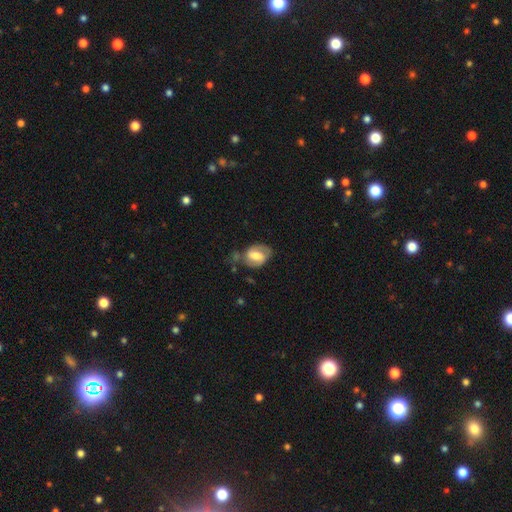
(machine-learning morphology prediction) Smooth or featured? Predicted: featured or disk (p=0.56). Edge-on disk? Predicted: no (p=0.96). Bar? Predicted: weak (p=0.43). Spiral arms? Predicted: yes (p=0.74). Bulge size? Predicted: moderate (p=0.44). Merging? Predicted: none (p=0.54).